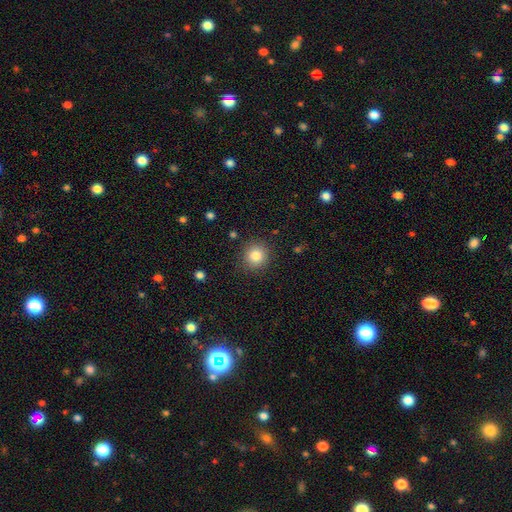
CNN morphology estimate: Smooth or featured? smooth (83%)
How rounded? round (90%)
Merging? none (88%)